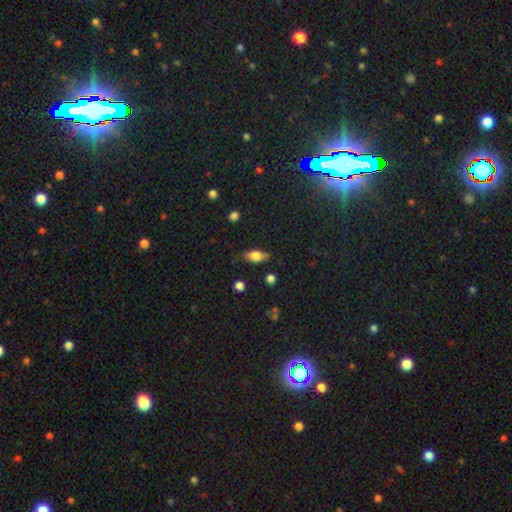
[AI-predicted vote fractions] smooth 71%, featured or disk 20%, star or artifact 8%. Down the decision tree: how rounded — in between (82%); merging — none (76%).